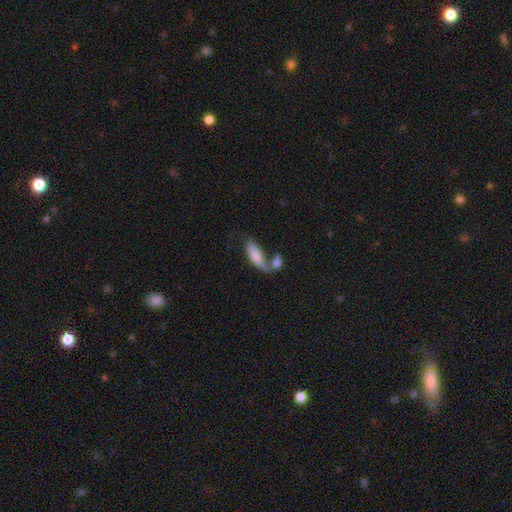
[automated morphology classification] Smooth or featured? smooth (73%)
How rounded? in between (63%)
Merging? merger (52%)